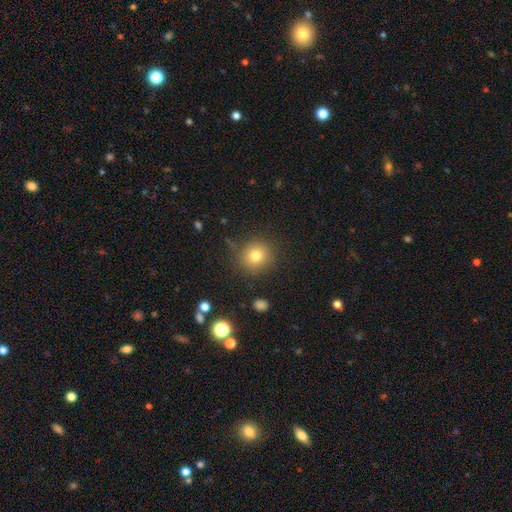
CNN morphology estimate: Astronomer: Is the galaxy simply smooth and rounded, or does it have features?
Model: smooth — 79%.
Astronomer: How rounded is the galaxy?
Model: round — 89%.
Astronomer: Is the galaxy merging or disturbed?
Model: none — 85%.